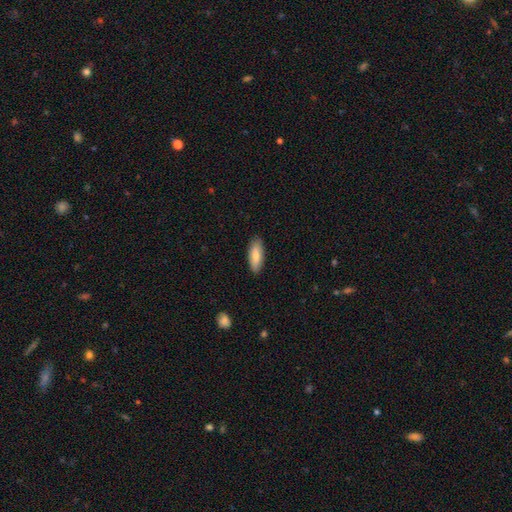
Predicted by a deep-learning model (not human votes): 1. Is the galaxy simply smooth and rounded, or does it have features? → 80% smooth, 14% featured or disk, 6% star or artifact.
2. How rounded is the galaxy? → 73% in between, 25% cigar-shaped, 2% round.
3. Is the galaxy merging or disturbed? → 87% none, 10% minor disturbance, 2% major disturbance, 1% merger.